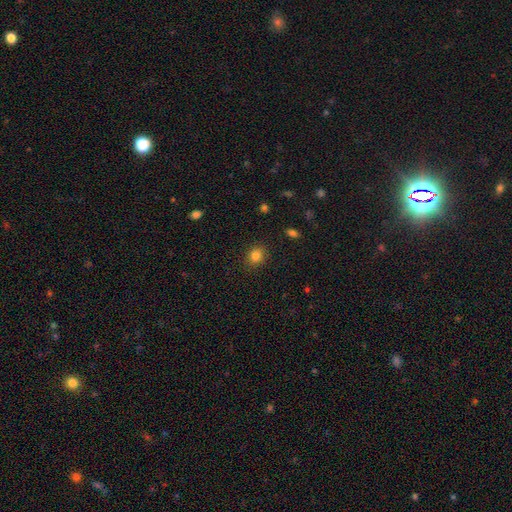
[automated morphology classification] Smooth or featured? Predicted: smooth (p=0.83). How rounded? Predicted: round (p=0.67). Merging? Predicted: none (p=0.88).